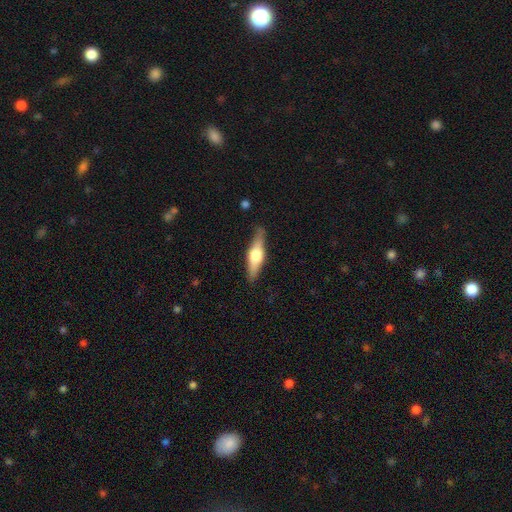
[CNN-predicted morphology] The model was most divided on "smooth or featured": featured or disk: 54%, smooth: 40%, star or artifact: 5%. More confident: edge-on disk — yes (93%); edge-on bulge — rounded (92%); merging — none (84%).